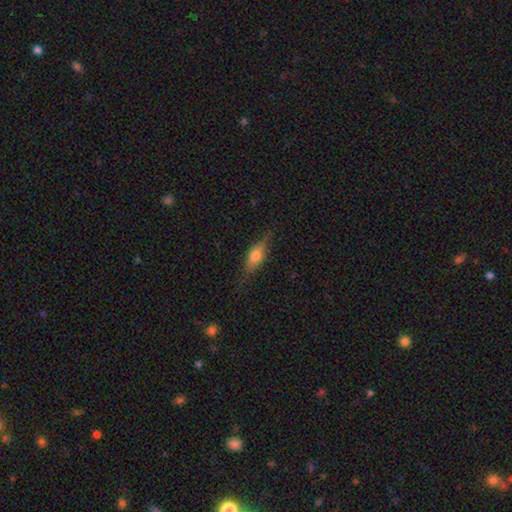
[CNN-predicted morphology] Overall: smooth (50%; featured or disk 42%). Merging: none (76%).